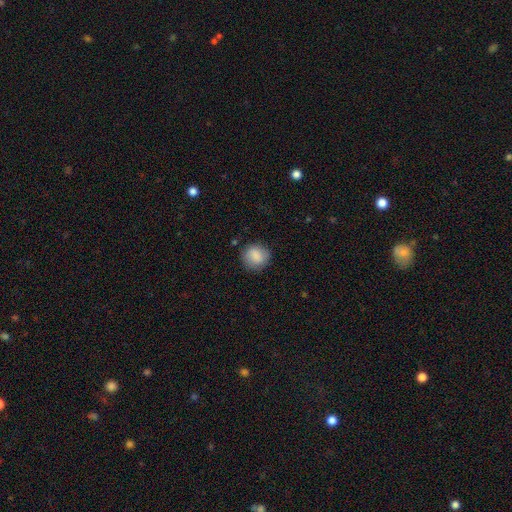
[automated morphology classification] smooth-or-featured: smooth: 85% | featured or disk: 8% | star or artifact: 7%
  how-rounded: round: 88% | in between: 11% | cigar-shaped: 1%
  merging: none: 83% | minor disturbance: 12% | major disturbance: 3% | merger: 1%